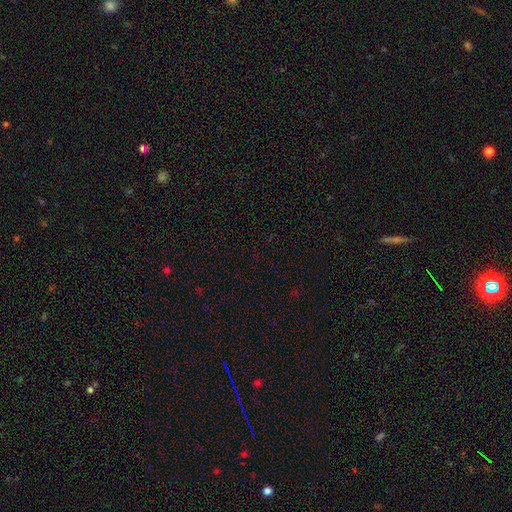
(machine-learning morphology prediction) The model was most divided on "smooth or featured": star or artifact: 71%, smooth: 22%, featured or disk: 7%.